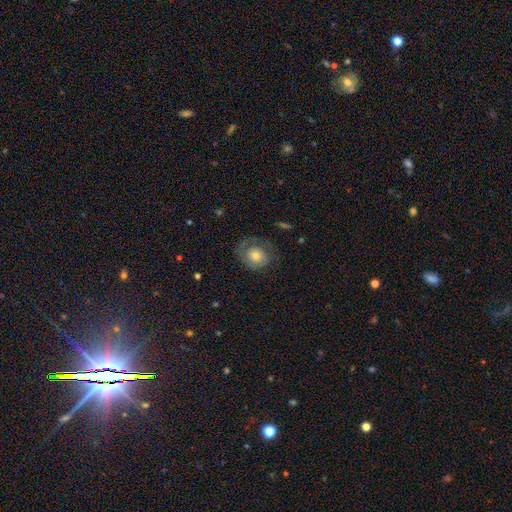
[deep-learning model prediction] A smooth galaxy with no disk features (51%) that is round (71%).

Vote fractions:
- Smooth or featured? smooth: 51% / featured or disk: 40% / star or artifact: 9%
- How rounded? round: 71% / in between: 28% / cigar-shaped: 1%
- Merging? none: 62% / minor disturbance: 20% / major disturbance: 17% / merger: 1%